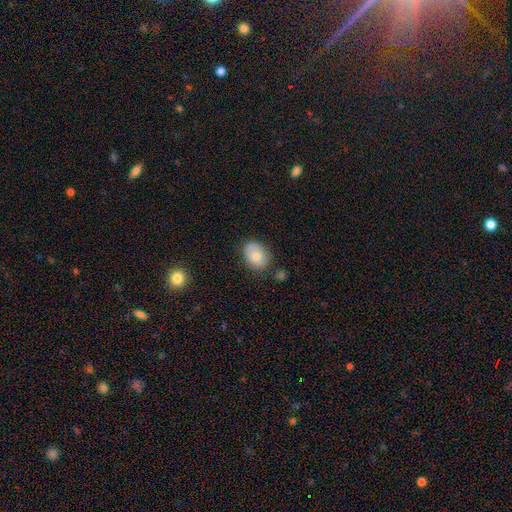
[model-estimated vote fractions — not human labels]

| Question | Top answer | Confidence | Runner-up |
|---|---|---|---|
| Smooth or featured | smooth | 76% | featured or disk (16%) |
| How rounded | in between | 65% | round (34%) |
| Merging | none | 69% | minor disturbance (21%) |